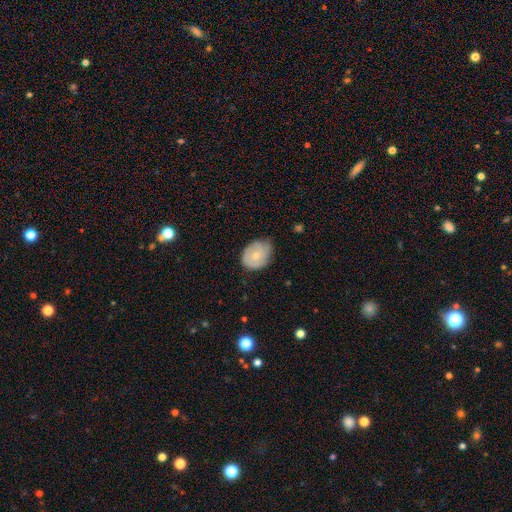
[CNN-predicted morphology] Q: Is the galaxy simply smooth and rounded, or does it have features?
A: smooth — 64%.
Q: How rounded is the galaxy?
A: in between — 59%.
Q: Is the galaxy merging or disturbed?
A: none — 58%.